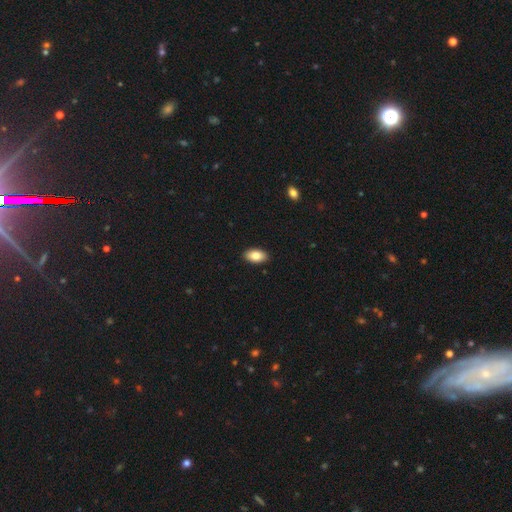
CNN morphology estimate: This appears to be a smooth galaxy with no disk features (85%) that is in between round and cigar-shaped (94%). Merging: none (91%).